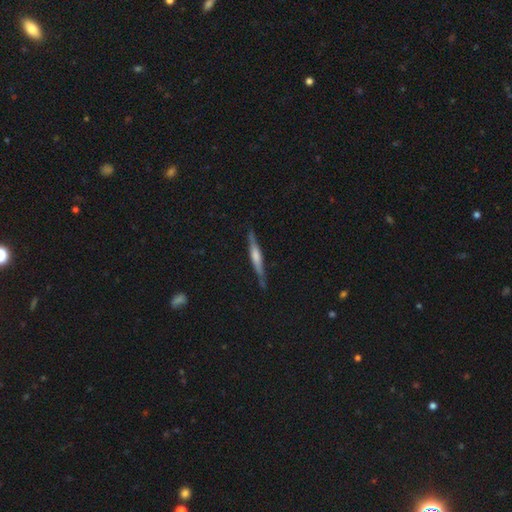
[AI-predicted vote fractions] The model was most divided on "edge-on bulge": rounded: 57%, boxy: 27%, none: 16%. More confident: edge-on disk — yes (97%); merging — none (85%); smooth or featured — featured or disk (70%).